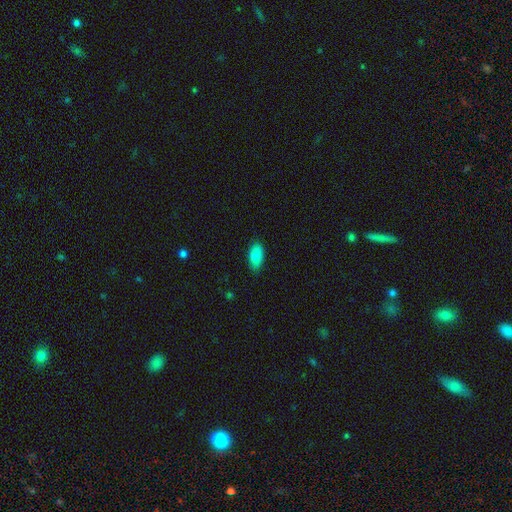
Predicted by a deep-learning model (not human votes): Q: Smooth or featured?
A: smooth (85%); runner-up: featured or disk (8%)
Q: How rounded?
A: in between (90%); runner-up: cigar-shaped (7%)
Q: Merging?
A: none (85%); runner-up: minor disturbance (12%)